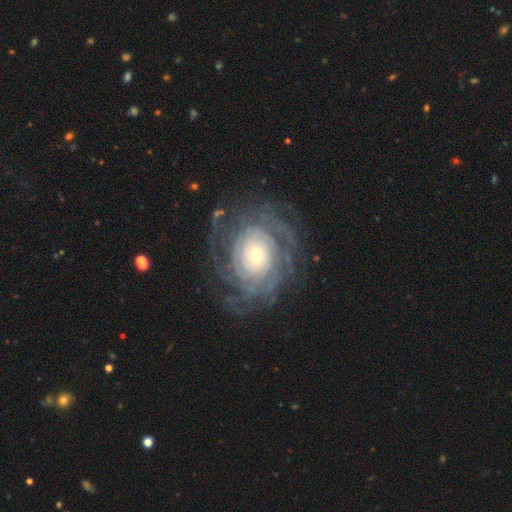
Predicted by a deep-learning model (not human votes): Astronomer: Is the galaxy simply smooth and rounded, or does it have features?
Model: featured or disk — 87%.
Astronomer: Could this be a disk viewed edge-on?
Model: no — 97%.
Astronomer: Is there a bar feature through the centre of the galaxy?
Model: no — 75%.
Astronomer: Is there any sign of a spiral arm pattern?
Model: yes — 96%.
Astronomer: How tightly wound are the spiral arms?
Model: tight — 79%.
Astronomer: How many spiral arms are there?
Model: can't tell — 34% (runner-up: more than 4, 19%).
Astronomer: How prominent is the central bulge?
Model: small — 60%.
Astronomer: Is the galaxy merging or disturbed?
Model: none — 75%.